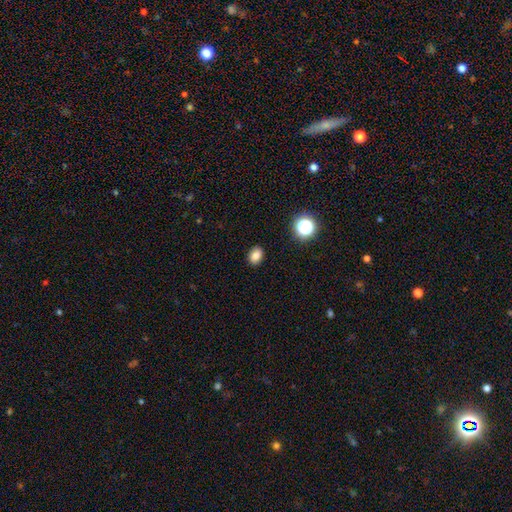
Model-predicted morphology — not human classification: The model was most divided on "how rounded": in between: 66%, round: 33%, cigar-shaped: 1%. More confident: merging — none (89%); smooth or featured — smooth (81%).